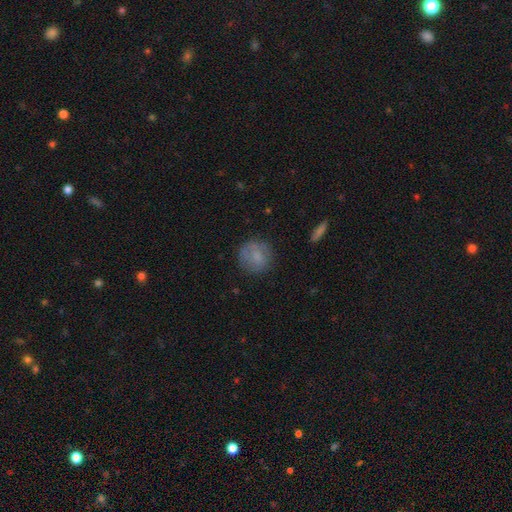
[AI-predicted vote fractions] Smooth or featured?
  - smooth: 73% *
  - featured or disk: 18%
  - star or artifact: 9%
How rounded?
  - round: 90% *
  - in between: 9%
  - cigar-shaped: 1%
Merging?
  - none: 73% *
  - minor disturbance: 18%
  - major disturbance: 7%
  - merger: 2%